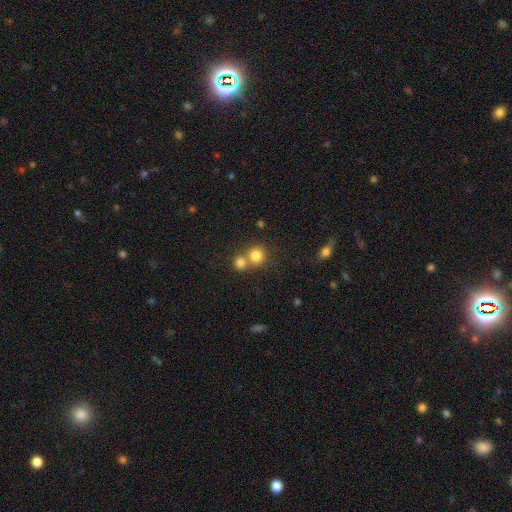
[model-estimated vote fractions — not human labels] Q: Smooth or featured?
A: smooth (81%); runner-up: star or artifact (12%)
Q: How rounded?
A: round (87%); runner-up: in between (12%)
Q: Merging?
A: none (47%); runner-up: merger (44%)